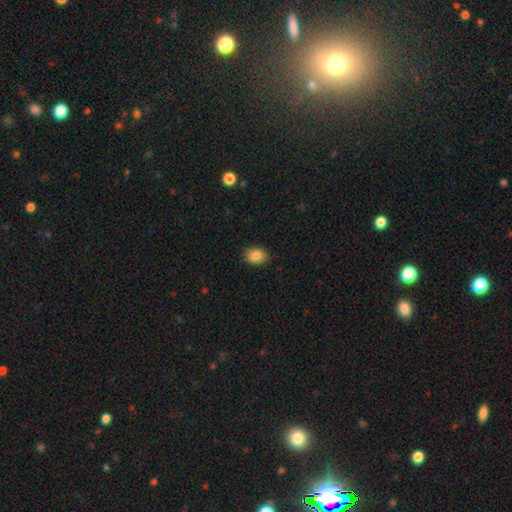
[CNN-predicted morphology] Q: Smooth or featured?
A: smooth (87%); runner-up: star or artifact (8%)
Q: How rounded?
A: in between (69%); runner-up: round (29%)
Q: Merging?
A: none (87%); runner-up: minor disturbance (10%)